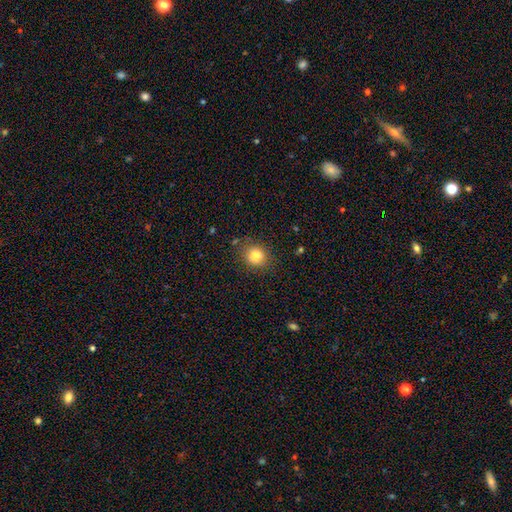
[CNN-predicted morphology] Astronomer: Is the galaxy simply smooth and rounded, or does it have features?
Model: smooth — 81%.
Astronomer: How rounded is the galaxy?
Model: round — 81%.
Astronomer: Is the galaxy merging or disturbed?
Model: none — 84%.